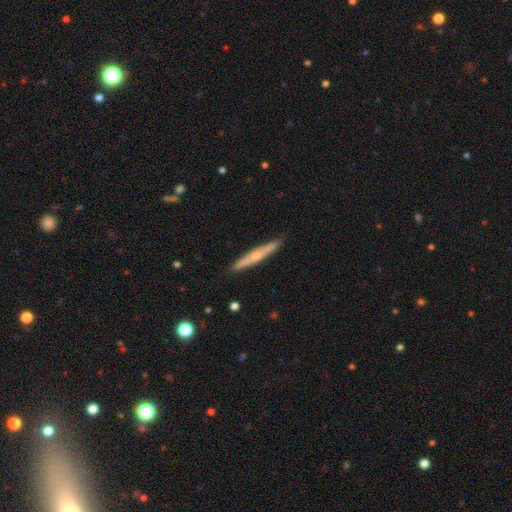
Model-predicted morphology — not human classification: A featured or disk galaxy (60%) viewed edge-on (95%) with a rounded central bulge (77%). Merging: none (90%).